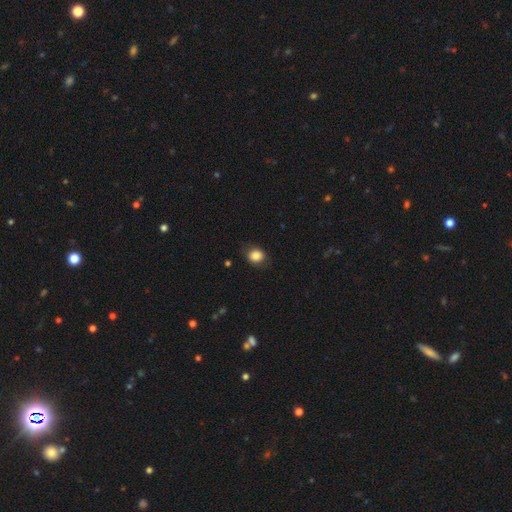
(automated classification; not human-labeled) This appears to be a smooth galaxy with no disk features (85%) that is round (70%). Merging: none (81%).